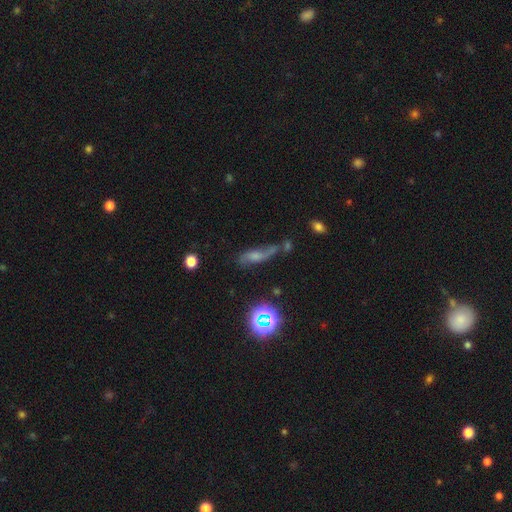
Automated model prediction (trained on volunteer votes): Q: Smooth or featured?
A: featured or disk (45%); runner-up: smooth (31%)
Q: Merging?
A: none (48%); runner-up: minor disturbance (23%)